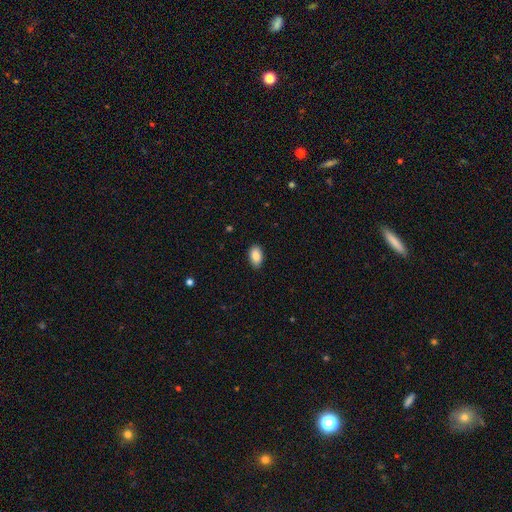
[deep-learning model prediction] Smooth or featured?
  - smooth: 86% *
  - star or artifact: 7%
  - featured or disk: 6%
How rounded?
  - in between: 93% *
  - round: 6%
  - cigar-shaped: 2%
Merging?
  - none: 89% *
  - minor disturbance: 9%
  - major disturbance: 2%
  - merger: 1%